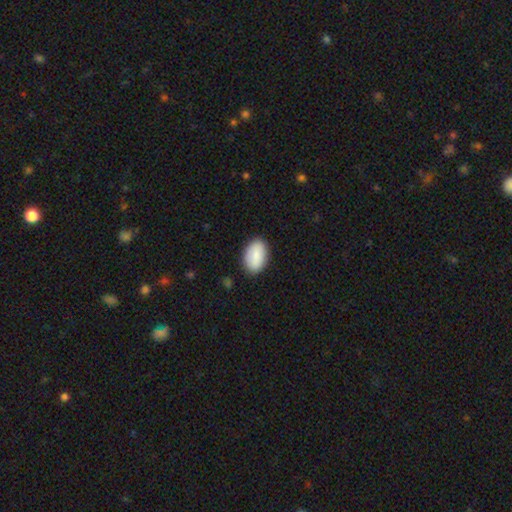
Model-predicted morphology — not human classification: This appears to be a smooth galaxy with no disk features (87%) that is in between round and cigar-shaped (92%). Merging: none (87%).